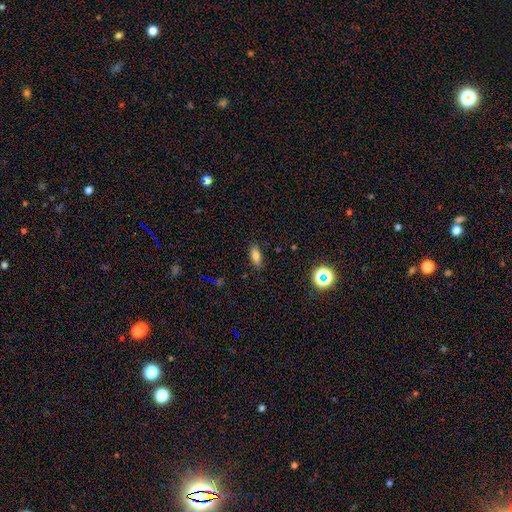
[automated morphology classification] type=smooth (77%); roundness=in between (80%); merging=none (85%).